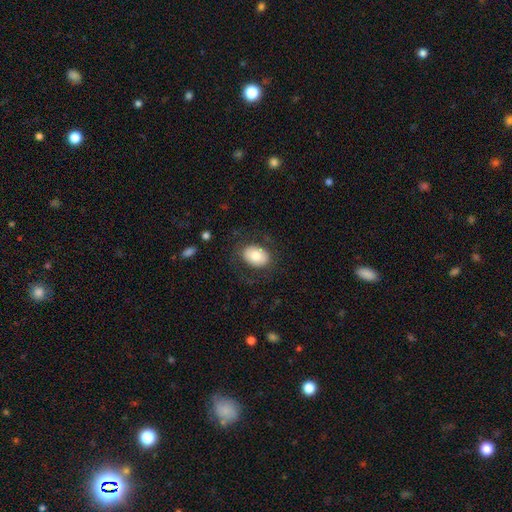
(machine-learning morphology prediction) Q: Smooth or featured?
A: smooth (76%); runner-up: featured or disk (17%)
Q: How rounded?
A: in between (77%); runner-up: round (22%)
Q: Merging?
A: none (76%); runner-up: minor disturbance (14%)